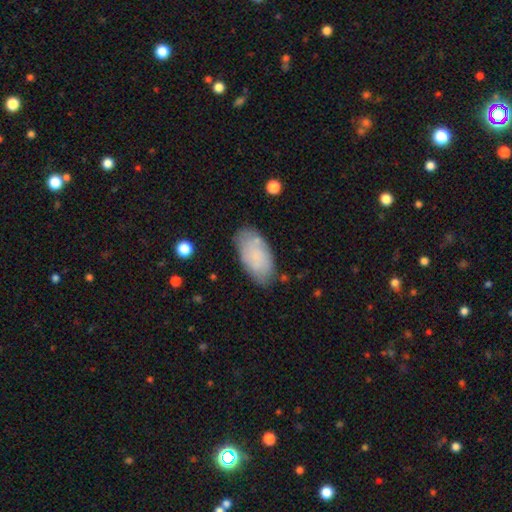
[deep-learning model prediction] Morphology: type=smooth (74%); roundness=in between (94%); merging=none (74%).